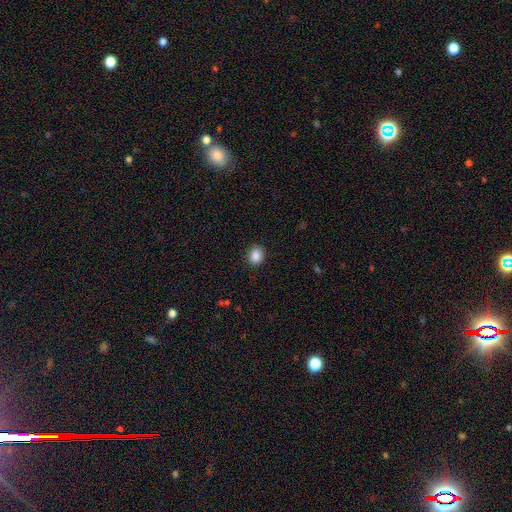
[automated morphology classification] Q: Smooth or featured?
A: smooth (88%); runner-up: star or artifact (9%)
Q: How rounded?
A: round (58%); runner-up: in between (41%)
Q: Merging?
A: none (88%); runner-up: minor disturbance (9%)